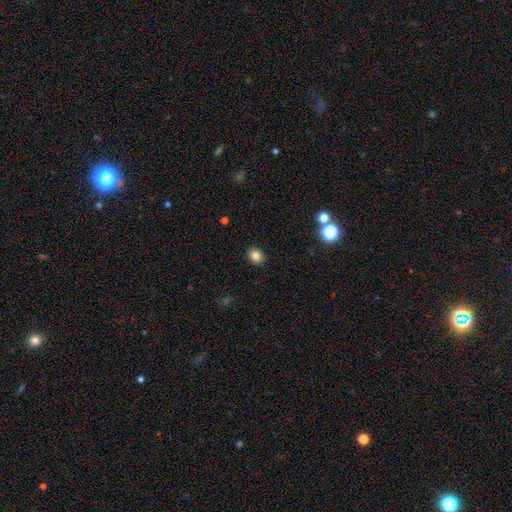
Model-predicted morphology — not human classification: smooth_or_featured: smooth (p=0.83) [alt: star or artifact p=0.11]
how_rounded: round (p=0.54) [alt: in between p=0.45]
merging: none (p=0.90) [alt: minor disturbance p=0.07]